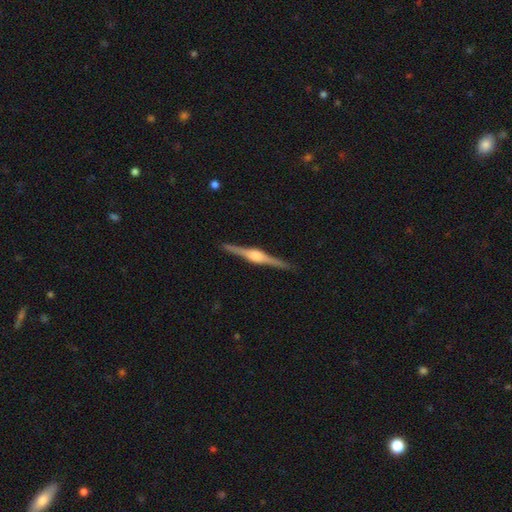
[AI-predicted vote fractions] smooth-or-featured: featured or disk: 86% | smooth: 9% | star or artifact: 5%
  disk-edge-on: yes: 98% | no: 2%
    edge-on-bulge: rounded: 80% | boxy: 17% | none: 3%
  merging: none: 91% | minor disturbance: 6% | major disturbance: 1% | merger: 1%